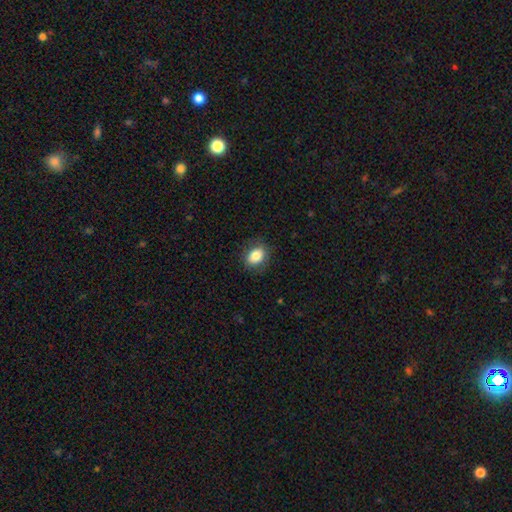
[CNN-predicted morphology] Smooth or featured? smooth (82%)
How rounded? in between (66%)
Merging? none (83%)